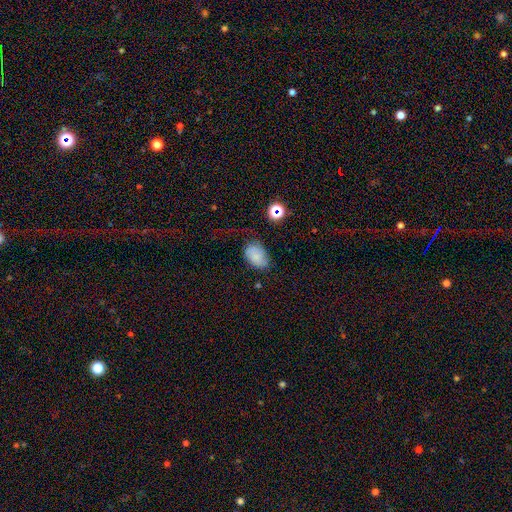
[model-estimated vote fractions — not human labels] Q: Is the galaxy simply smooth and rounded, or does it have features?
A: smooth — 74%.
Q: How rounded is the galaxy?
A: in between — 83%.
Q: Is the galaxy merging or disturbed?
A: none — 61%.